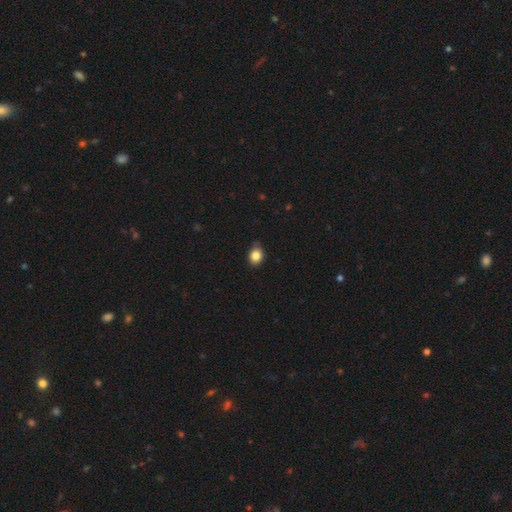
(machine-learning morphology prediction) Smooth or featured? smooth (84%)
How rounded? in between (56%)
Merging? none (74%)